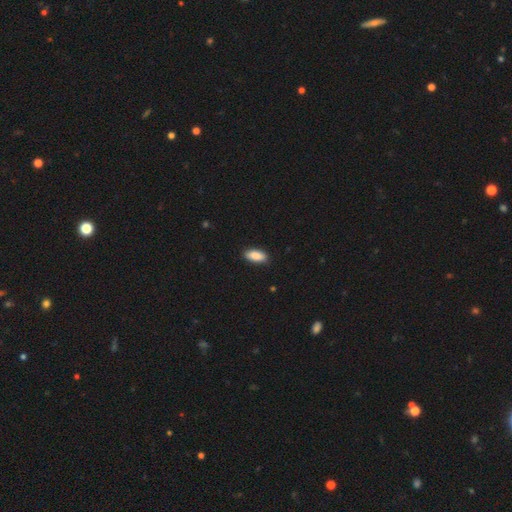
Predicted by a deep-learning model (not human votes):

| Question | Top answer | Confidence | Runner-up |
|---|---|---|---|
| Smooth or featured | smooth | 89% | star or artifact (6%) |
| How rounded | in between | 88% | cigar-shaped (10%) |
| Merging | none | 89% | minor disturbance (9%) |